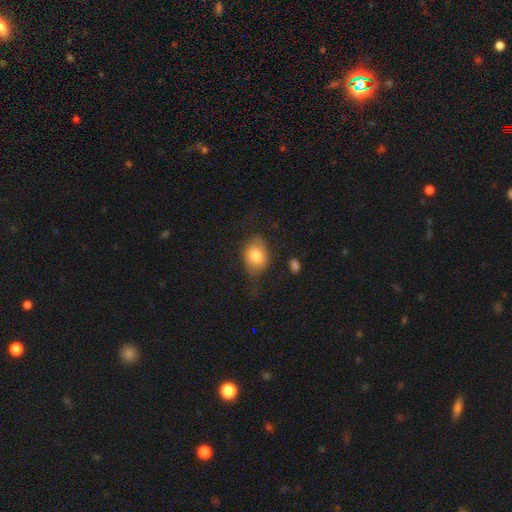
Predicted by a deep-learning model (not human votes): Smooth or featured?
  - smooth: 78% *
  - featured or disk: 14%
  - star or artifact: 7%
How rounded?
  - in between: 69% *
  - round: 30%
  - cigar-shaped: 1%
Merging?
  - none: 56% *
  - minor disturbance: 29%
  - major disturbance: 13%
  - merger: 2%